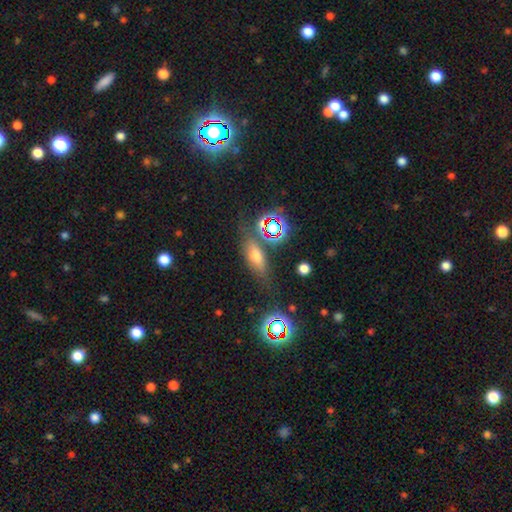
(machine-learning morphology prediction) Smooth or featured? smooth (54%)
How rounded? in between (57%)
Merging? none (72%)